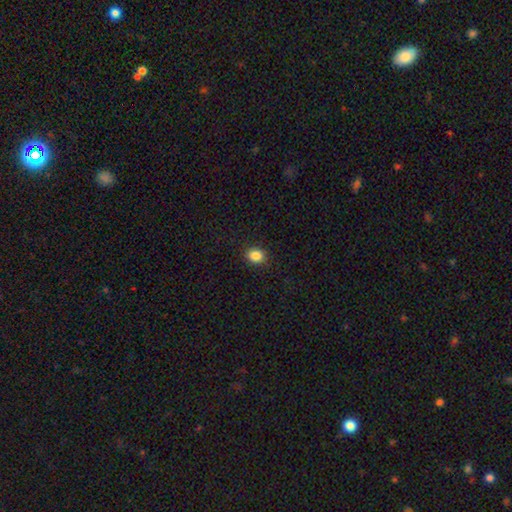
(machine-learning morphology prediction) smooth_or_featured: smooth (p=0.86) [alt: star or artifact p=0.10]
how_rounded: round (p=0.58) [alt: in between p=0.41]
merging: none (p=0.90) [alt: minor disturbance p=0.07]